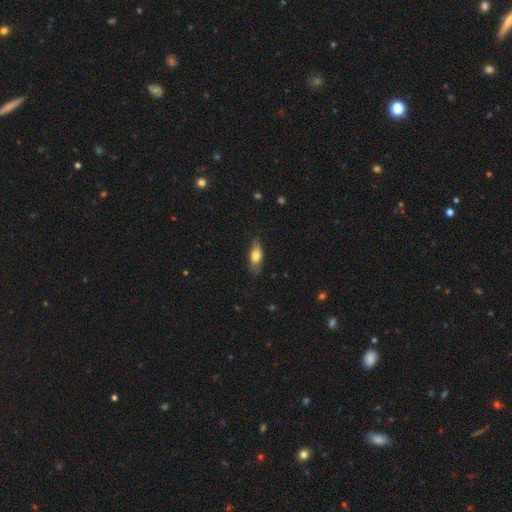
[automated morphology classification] Smooth or featured? Predicted: smooth (p=0.71). How rounded? Predicted: in between (p=0.70). Merging? Predicted: none (p=0.80).